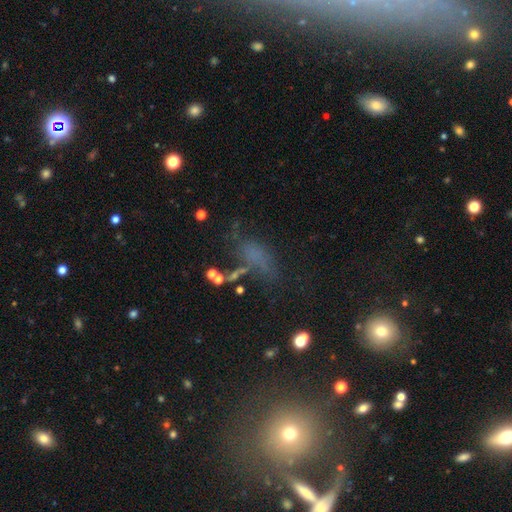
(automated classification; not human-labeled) Morphology: type=smooth (45%); merging=none (39%).